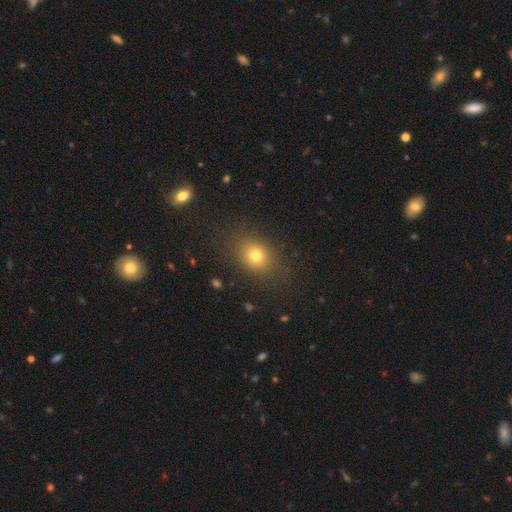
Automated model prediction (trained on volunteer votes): Smooth or featured? Predicted: smooth (p=0.74). How rounded? Predicted: round (p=0.51). Merging? Predicted: none (p=0.82).